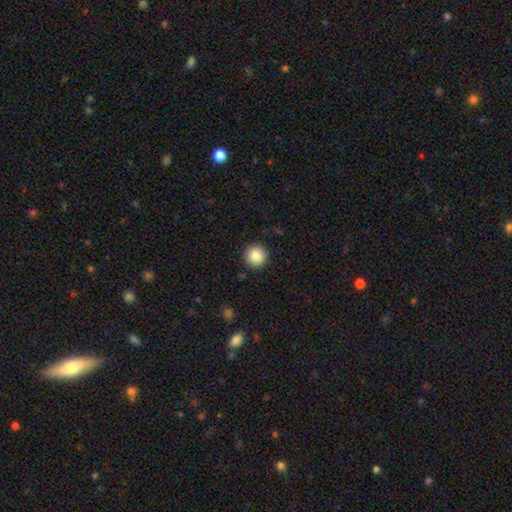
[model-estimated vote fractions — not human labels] smooth-or-featured: smooth: 86% | star or artifact: 9% | featured or disk: 5%
  how-rounded: round: 96% | in between: 3% | cigar-shaped: 1%
  merging: none: 91% | minor disturbance: 6% | major disturbance: 2% | merger: 1%